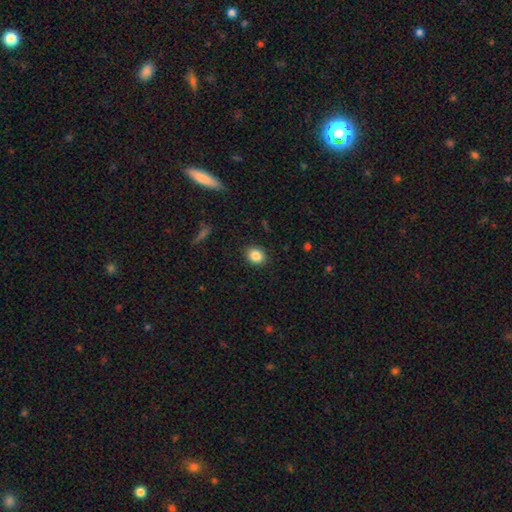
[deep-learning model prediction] Q: Smooth or featured?
A: smooth (85%); runner-up: star or artifact (9%)
Q: How rounded?
A: round (56%); runner-up: in between (43%)
Q: Merging?
A: none (89%); runner-up: minor disturbance (8%)